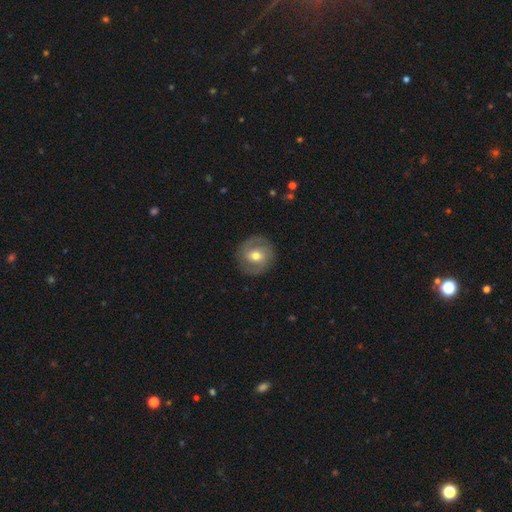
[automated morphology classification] type=featured or disk (58%); edge-on=no (96%); bar=weak (44%); spiral arms=yes (76%); bulge=moderate (74%); merging=none (86%).